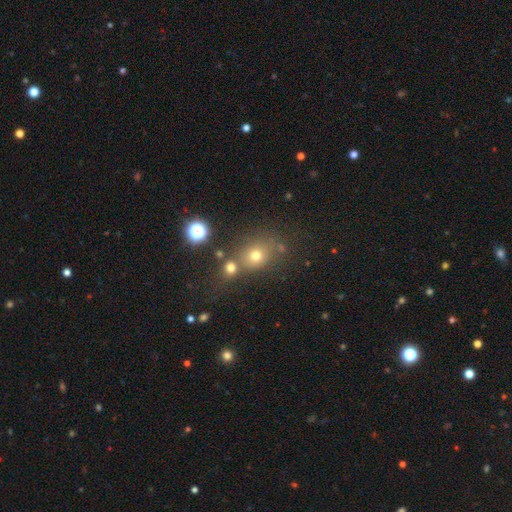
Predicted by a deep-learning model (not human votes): Overall: smooth (64%). How rounded: round (67%; in between 32%). Merging: none (60%; merger 22%).